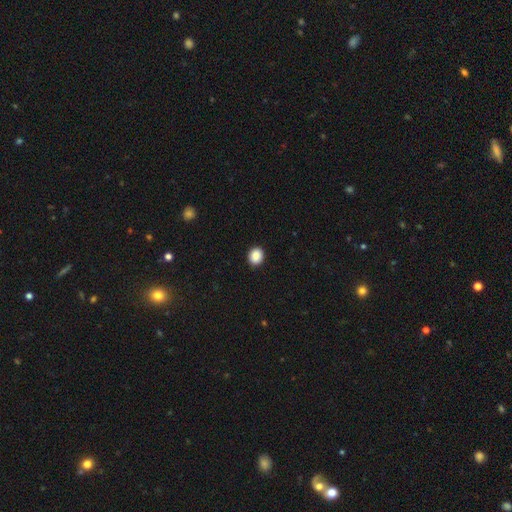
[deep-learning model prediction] smooth-or-featured: smooth: 88% | star or artifact: 9% | featured or disk: 3%
  how-rounded: round: 76% | in between: 23% | cigar-shaped: 1%
  merging: none: 92% | minor disturbance: 5% | major disturbance: 2% | merger: 1%